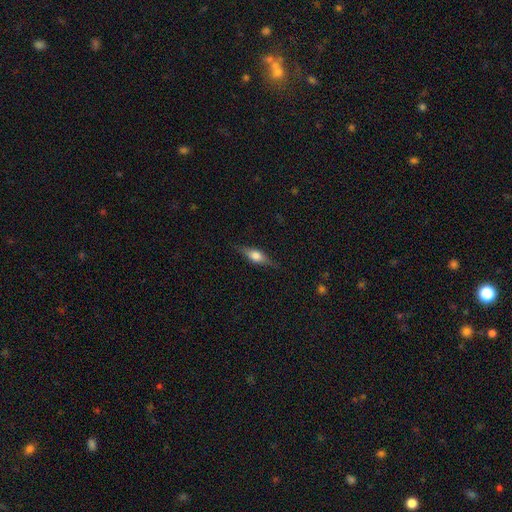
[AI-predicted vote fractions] Smooth or featured?
  - featured or disk: 51% *
  - smooth: 41%
  - star or artifact: 8%
Edge-on disk?
  - yes: 94% *
  - no: 6%
Merging?
  - none: 83% *
  - minor disturbance: 13%
  - major disturbance: 3%
  - merger: 1%